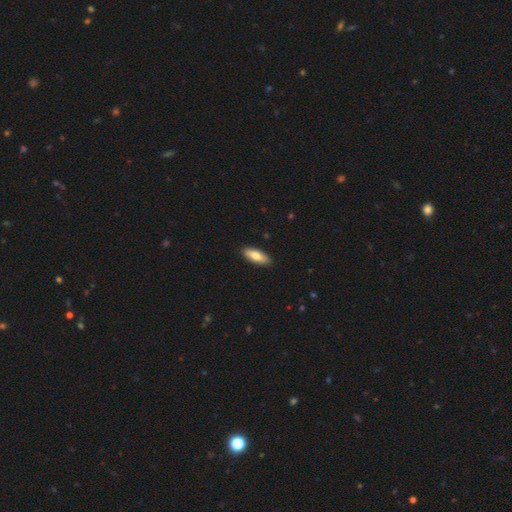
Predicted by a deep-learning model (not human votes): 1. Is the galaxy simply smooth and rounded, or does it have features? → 78% smooth, 17% featured or disk, 5% star or artifact.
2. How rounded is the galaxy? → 71% in between, 27% cigar-shaped, 2% round.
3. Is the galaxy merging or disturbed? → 90% none, 8% minor disturbance, 1% major disturbance, 1% merger.